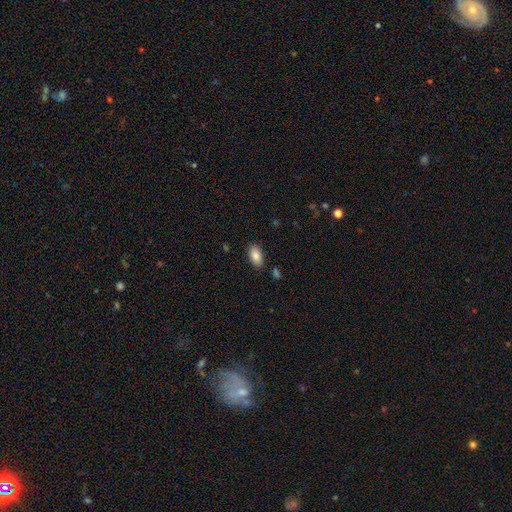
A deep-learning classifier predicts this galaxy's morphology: A smooth galaxy with no disk features (86%) that is in between round and cigar-shaped (93%). Merging: none (85%).